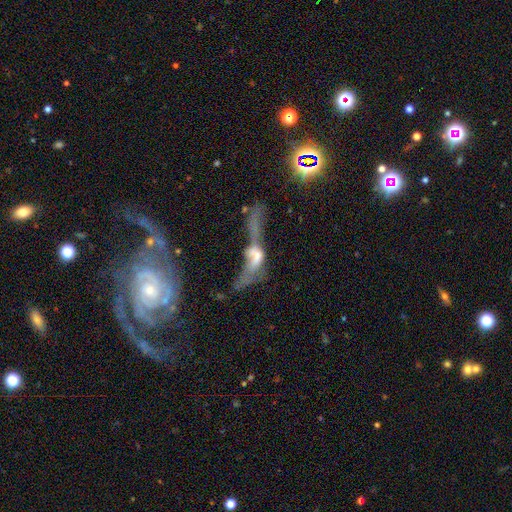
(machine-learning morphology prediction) Smooth or featured? featured or disk (53%)
Edge-on disk? no (71%)
Merging? merger (53%)